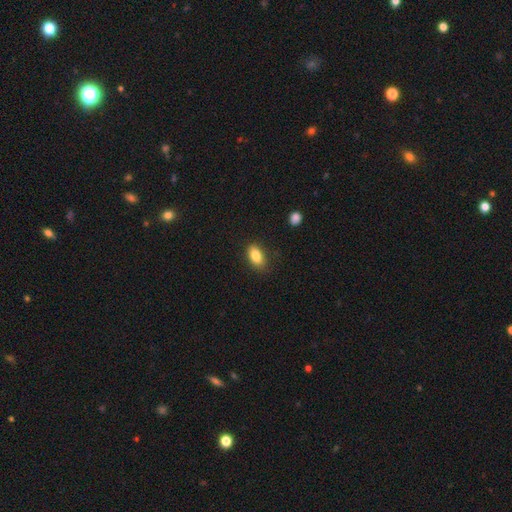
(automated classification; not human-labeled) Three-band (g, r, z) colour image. It shows a smooth galaxy with no disk features (84%) that is in between round and cigar-shaped (89%). Merging: none (84%).